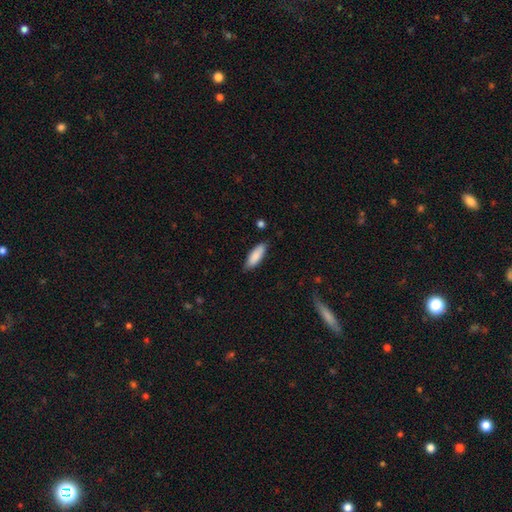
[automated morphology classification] Smooth or featured?
  - smooth: 87% *
  - featured or disk: 7%
  - star or artifact: 6%
How rounded?
  - in between: 62% *
  - cigar-shaped: 37%
  - round: 2%
Merging?
  - none: 83% *
  - minor disturbance: 13%
  - major disturbance: 2%
  - merger: 1%